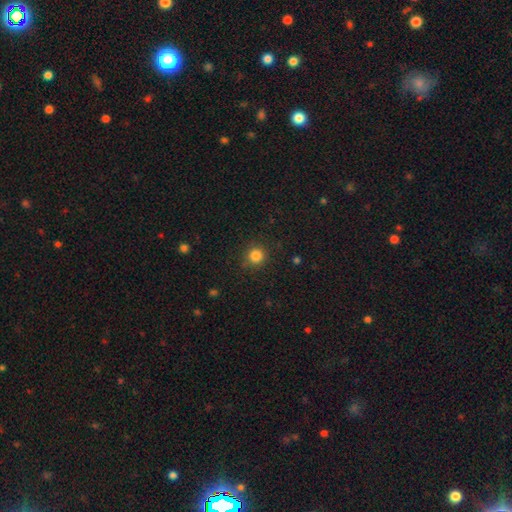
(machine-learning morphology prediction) smooth-or-featured: smooth: 83% | star or artifact: 12% | featured or disk: 4%
  how-rounded: round: 93% | in between: 6% | cigar-shaped: 1%
  merging: none: 87% | minor disturbance: 8% | major disturbance: 3% | merger: 1%